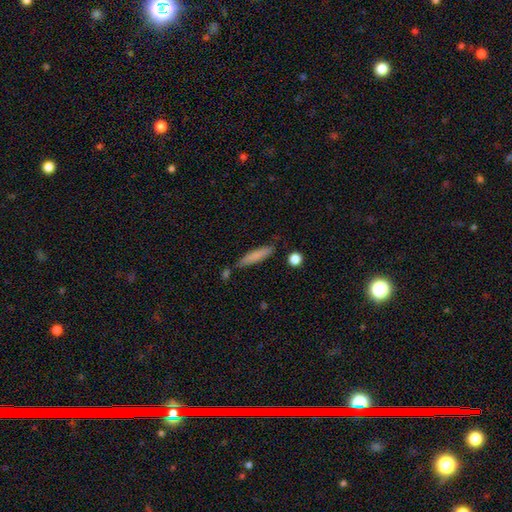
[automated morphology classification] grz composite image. It shows a smooth galaxy with no disk features (78%) that is cigar-shaped (87%). Merging: none (76%).